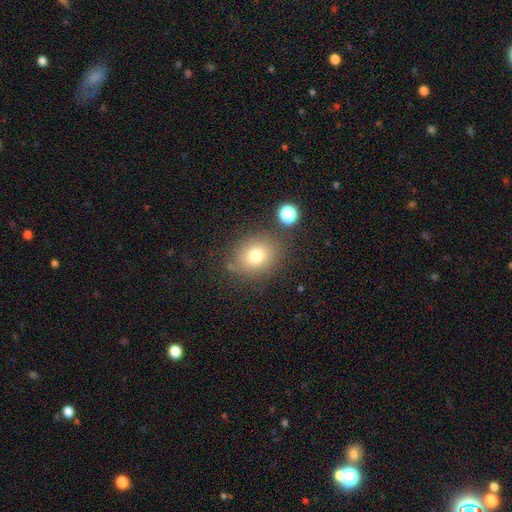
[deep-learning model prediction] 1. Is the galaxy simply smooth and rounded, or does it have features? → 76% smooth, 14% star or artifact, 11% featured or disk.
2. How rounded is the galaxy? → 58% round, 41% in between, 1% cigar-shaped.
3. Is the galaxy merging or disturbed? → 78% none, 12% minor disturbance, 5% merger, 5% major disturbance.